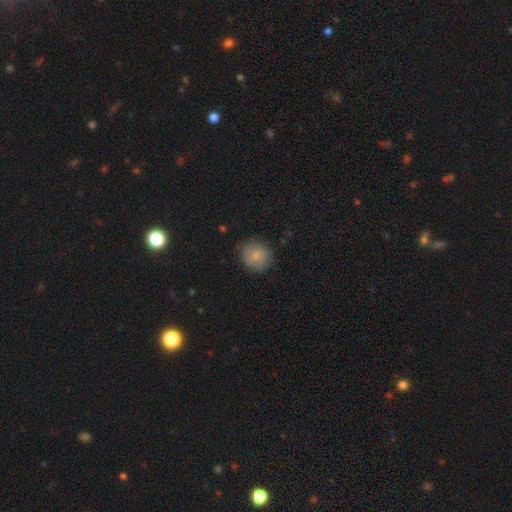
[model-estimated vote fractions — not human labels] smooth_or_featured: smooth (p=0.81) [alt: featured or disk p=0.11]
how_rounded: round (p=0.87) [alt: in between p=0.12]
merging: none (p=0.78) [alt: minor disturbance p=0.17]